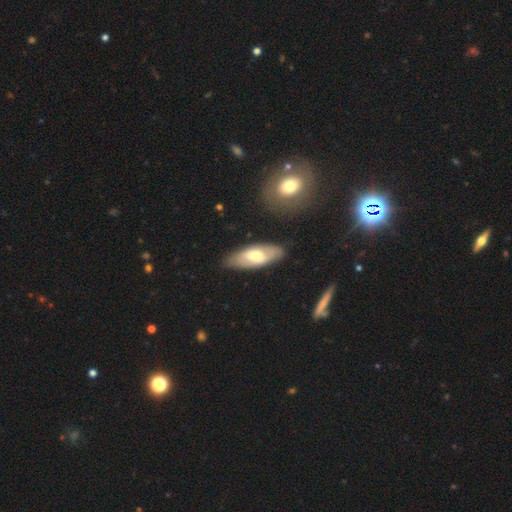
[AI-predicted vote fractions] A smooth galaxy with no disk features (49%). Merging: none (81%).